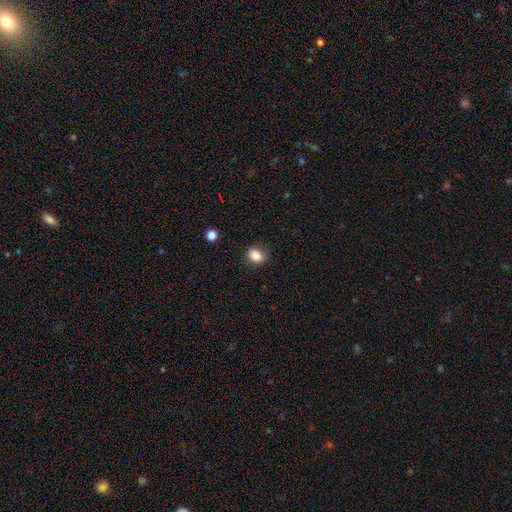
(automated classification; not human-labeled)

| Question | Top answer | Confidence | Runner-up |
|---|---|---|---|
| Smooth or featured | smooth | 84% | star or artifact (10%) |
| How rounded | in between | 51% | round (48%) |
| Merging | none | 80% | minor disturbance (14%) |